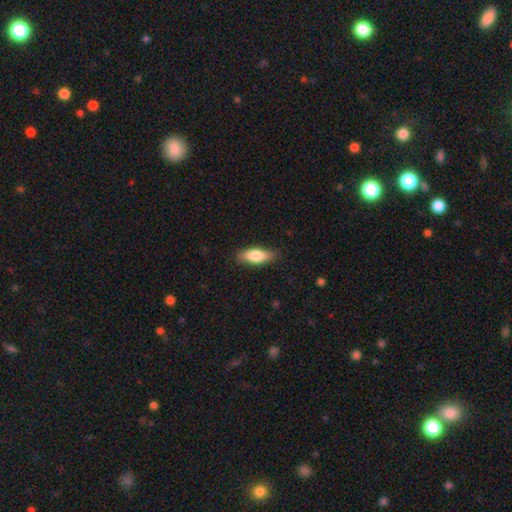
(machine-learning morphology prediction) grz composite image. It shows a smooth galaxy with no disk features (78%) that is in between round and cigar-shaped (68%). Merging: none (86%).